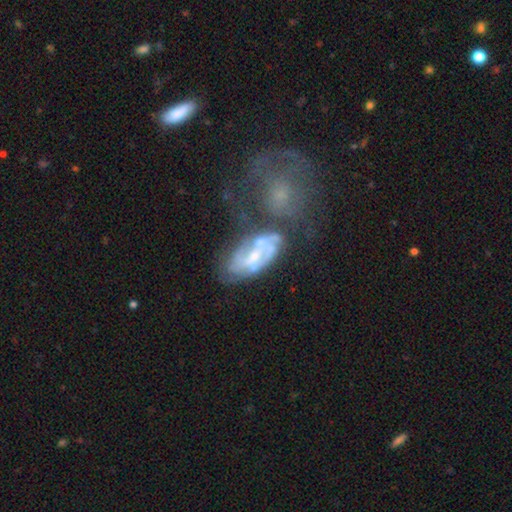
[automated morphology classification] Q: Smooth or featured?
A: featured or disk (73%); runner-up: smooth (19%)
Q: Edge-on disk?
A: no (94%); runner-up: yes (6%)
Q: Bar?
A: no (45%); runner-up: weak (40%)
Q: Spiral arms?
A: yes (78%); runner-up: no (22%)
Q: Spiral winding?
A: tight (41%); runner-up: medium (40%)
Q: Spiral arm count?
A: 2 (47%); runner-up: can't tell (35%)
Q: Bulge size?
A: small (53%); runner-up: moderate (36%)
Q: Merging?
A: none (37%); runner-up: merger (32%)